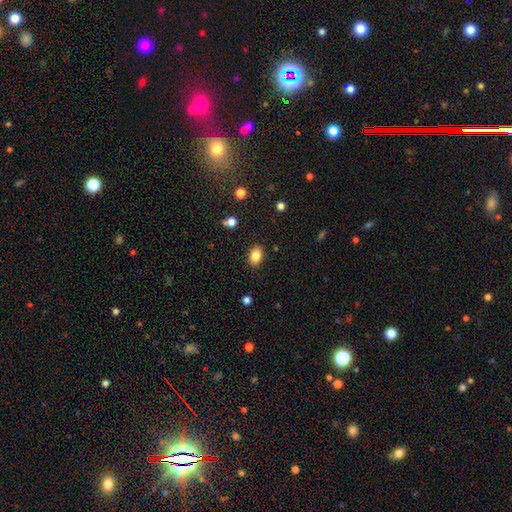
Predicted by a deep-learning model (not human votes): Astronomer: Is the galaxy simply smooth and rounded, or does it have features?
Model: smooth — 85%.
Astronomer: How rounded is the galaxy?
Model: in between — 83%.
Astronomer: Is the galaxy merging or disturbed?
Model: none — 88%.